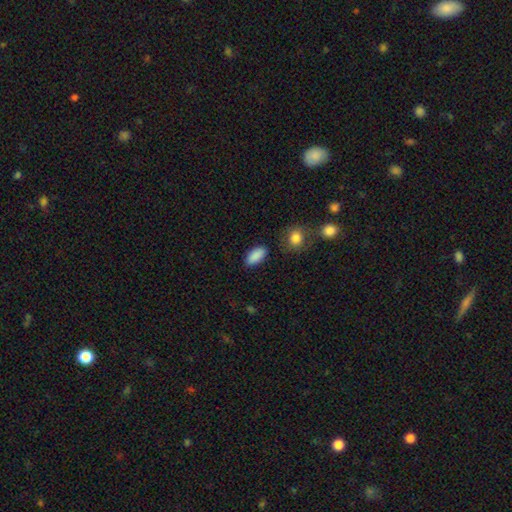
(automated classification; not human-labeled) This appears to be a smooth galaxy with no disk features (89%) that is in between round and cigar-shaped (91%). Merging: none (85%).